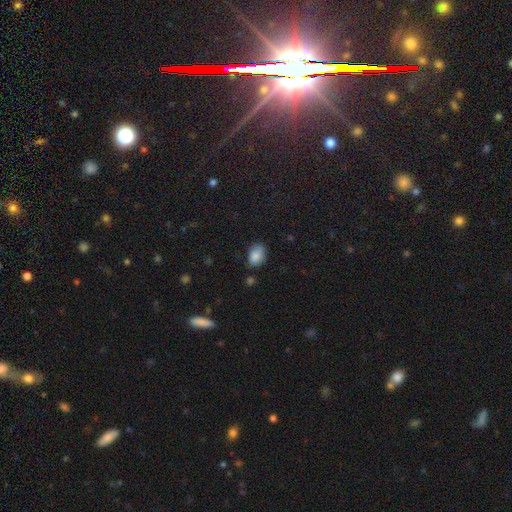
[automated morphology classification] A smooth galaxy with no disk features (86%) that is in between round and cigar-shaped (83%).

Vote fractions:
- Smooth or featured? smooth: 86% / star or artifact: 8% / featured or disk: 6%
- How rounded? in between: 83% / round: 16% / cigar-shaped: 1%
- Merging? none: 68% / minor disturbance: 25% / major disturbance: 4% / merger: 3%